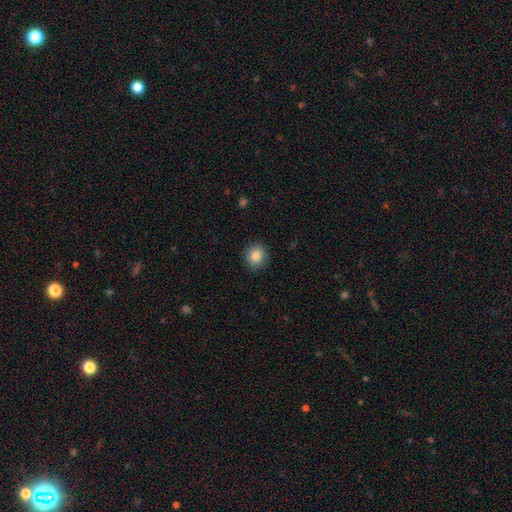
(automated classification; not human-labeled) smooth-or-featured: smooth: 86% | star or artifact: 10% | featured or disk: 5%
  how-rounded: round: 89% | in between: 10% | cigar-shaped: 1%
  merging: none: 90% | minor disturbance: 7% | major disturbance: 2% | merger: 1%